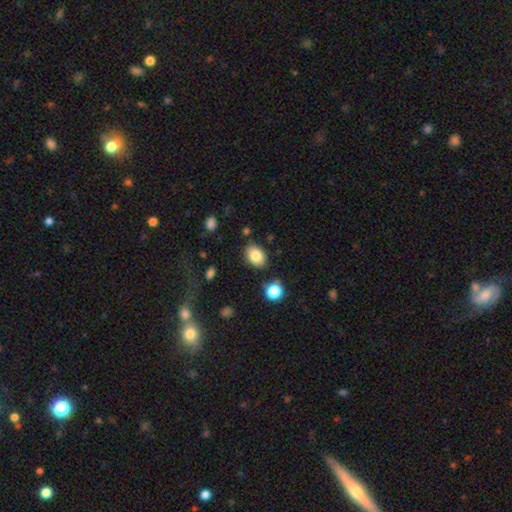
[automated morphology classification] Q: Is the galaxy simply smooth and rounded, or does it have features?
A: smooth — 83%.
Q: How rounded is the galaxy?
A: in between — 77%.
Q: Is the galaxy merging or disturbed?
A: none — 83%.